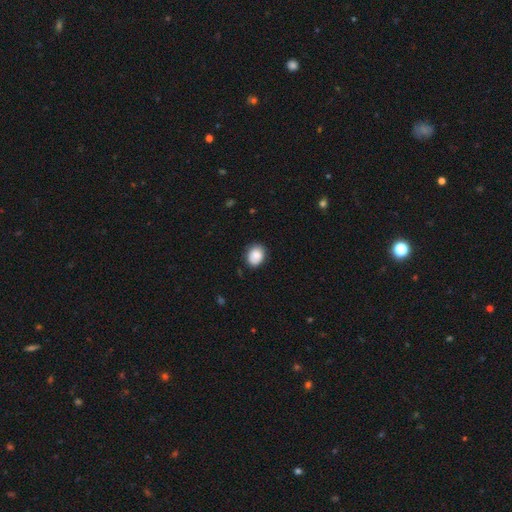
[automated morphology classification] A smooth galaxy with no disk features (86%) that is in between round and cigar-shaped (50%). Merging: none (75%).